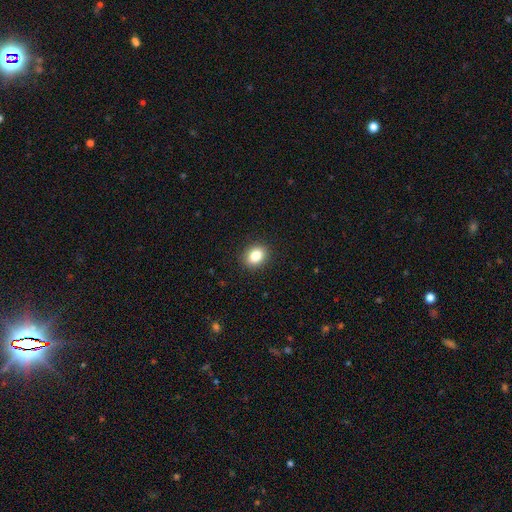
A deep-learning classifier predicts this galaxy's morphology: Smooth or featured: smooth — 84% (star or artifact — 10%)
How rounded: in between — 52% (round — 48%)
Merging: none — 90% (minor disturbance — 7%)